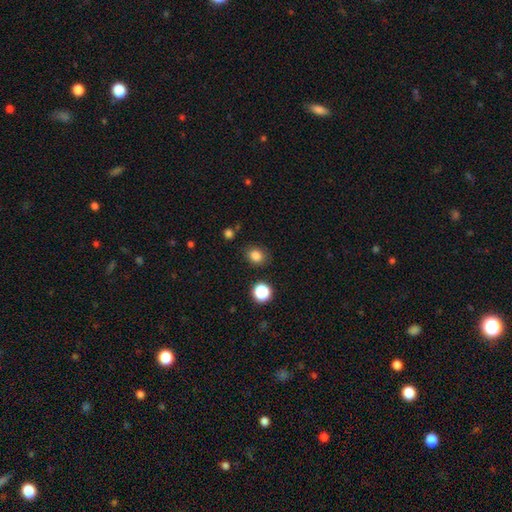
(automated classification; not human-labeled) This appears to be a smooth galaxy with no disk features (83%) that is round (62%). Merging: none (84%).